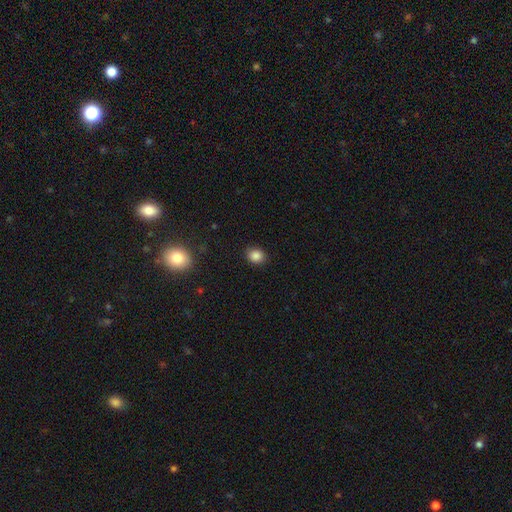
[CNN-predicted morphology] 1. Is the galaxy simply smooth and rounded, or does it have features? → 86% smooth, 10% star or artifact, 4% featured or disk.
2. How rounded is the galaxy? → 62% round, 37% in between, 1% cigar-shaped.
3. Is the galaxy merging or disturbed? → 89% none, 8% minor disturbance, 2% major disturbance, 1% merger.